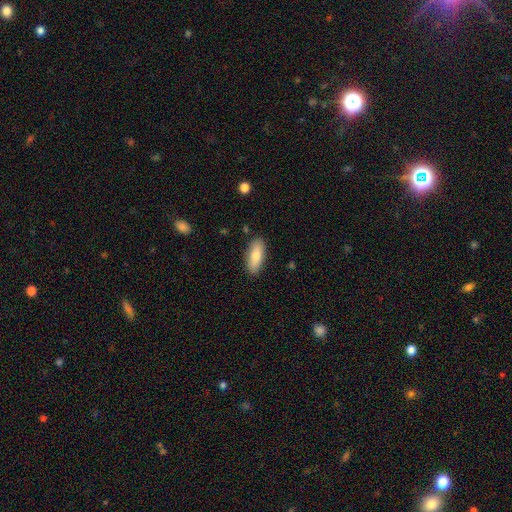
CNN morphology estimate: smooth 79%, featured or disk 15%, star or artifact 6%. Down the decision tree: how rounded — in between (78%); merging — none (86%).